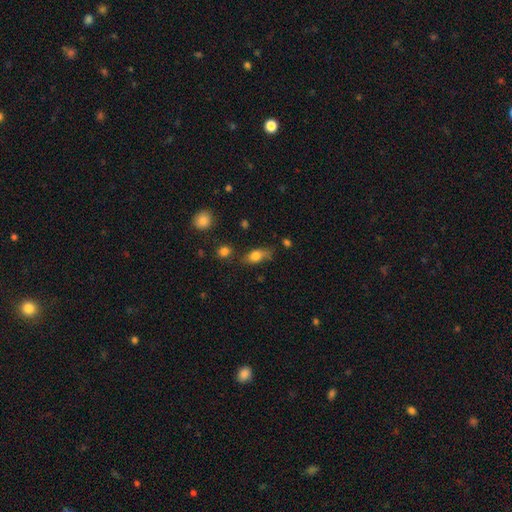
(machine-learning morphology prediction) A smooth galaxy with no disk features (75%) that is in between round and cigar-shaped (76%). Merging: none (63%).